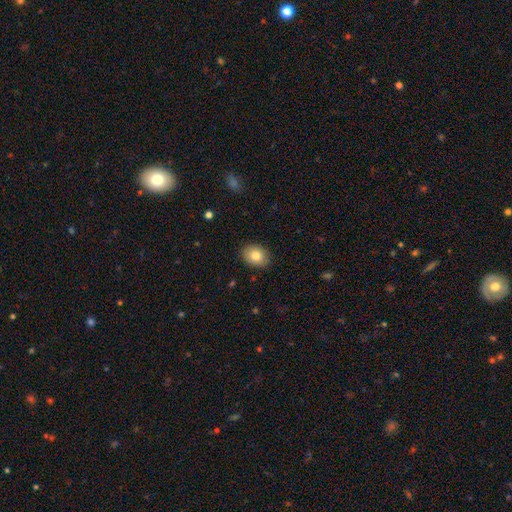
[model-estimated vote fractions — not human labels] Smooth or featured?
  - smooth: 82% *
  - featured or disk: 10%
  - star or artifact: 8%
How rounded?
  - in between: 67% *
  - round: 32%
  - cigar-shaped: 1%
Merging?
  - none: 88% *
  - minor disturbance: 9%
  - major disturbance: 2%
  - merger: 1%